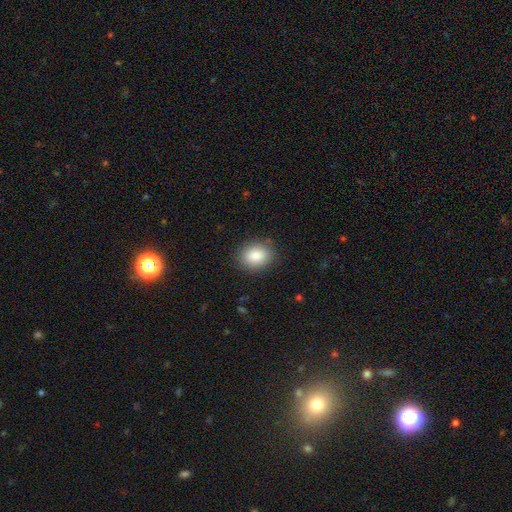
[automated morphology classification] Smooth or featured? smooth (87%)
How rounded? round (51%)
Merging? none (87%)